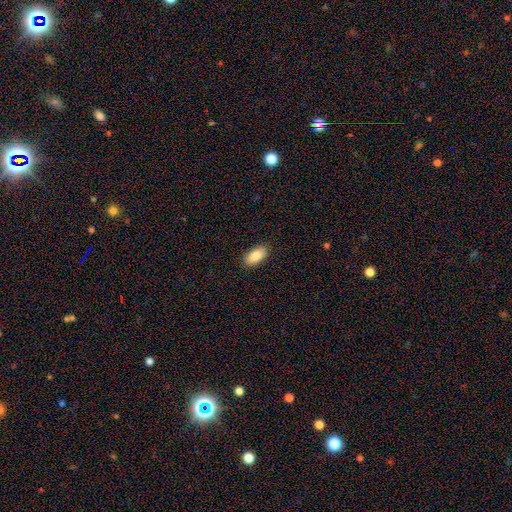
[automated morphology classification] smooth 86%, featured or disk 8%, star or artifact 7%. Down the decision tree: how rounded — in between (92%); merging — none (88%).